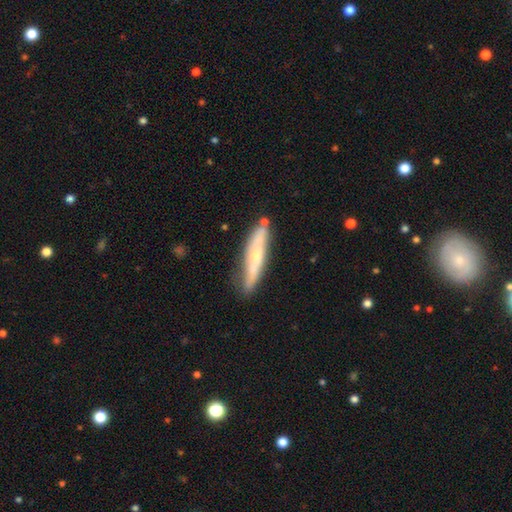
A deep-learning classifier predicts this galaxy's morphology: Overall: featured or disk (47%; smooth 46%). Merging: none (77%).